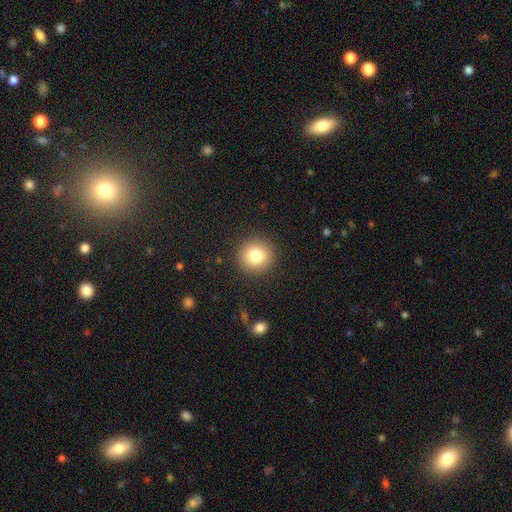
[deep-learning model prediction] Smooth or featured? Predicted: smooth (p=0.80). How rounded? Predicted: round (p=0.91). Merging? Predicted: none (p=0.90).